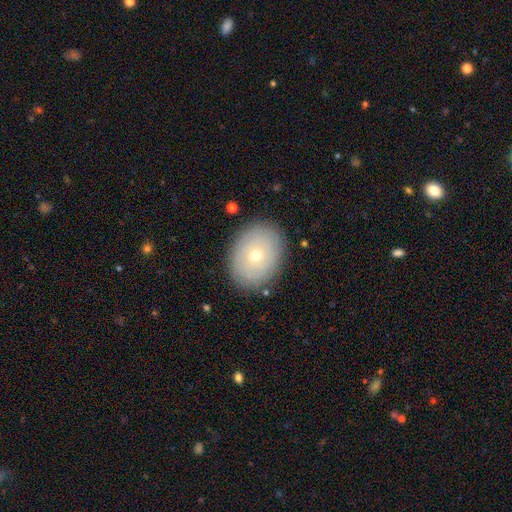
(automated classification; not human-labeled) Overall: smooth (56%; featured or disk 36%). How rounded: in between (69%; round 30%). Merging: none (86%).